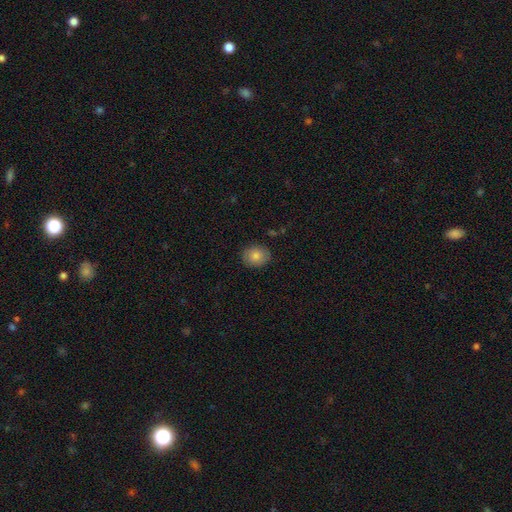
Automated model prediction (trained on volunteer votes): Smooth or featured: smooth — 82% (featured or disk — 9%)
How rounded: round — 65% (in between — 34%)
Merging: none — 88% (minor disturbance — 9%)